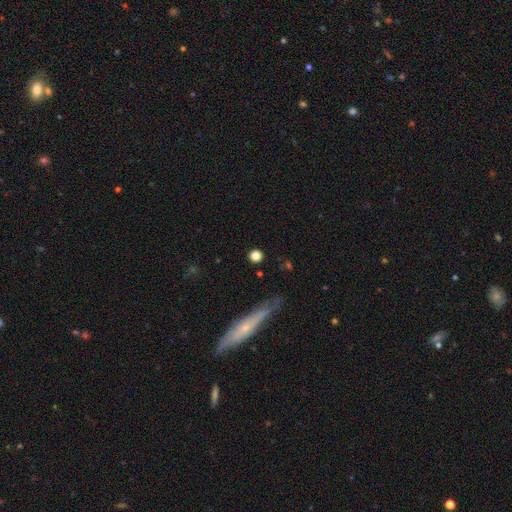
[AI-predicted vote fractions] This is clearly a smooth galaxy (81%). How rounded: clearly round (92%). Merging: clearly none (90%).